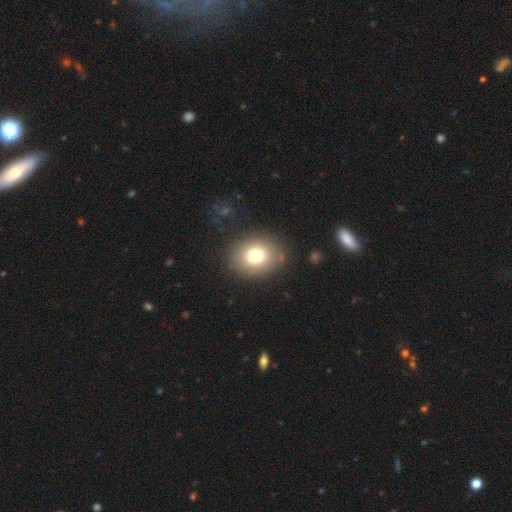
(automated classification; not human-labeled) This appears to be a smooth galaxy with no disk features (76%) that is round (56%). Merging: none (83%).